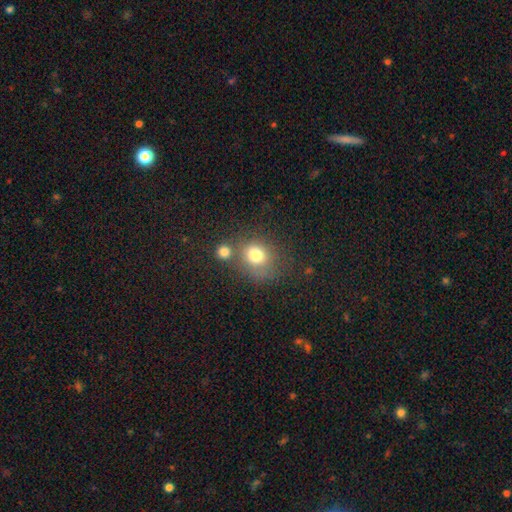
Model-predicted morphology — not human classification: smooth_or_featured: smooth (p=0.77) [alt: star or artifact p=0.12]
how_rounded: round (p=0.71) [alt: in between p=0.28]
merging: none (p=0.51) [alt: merger p=0.26]